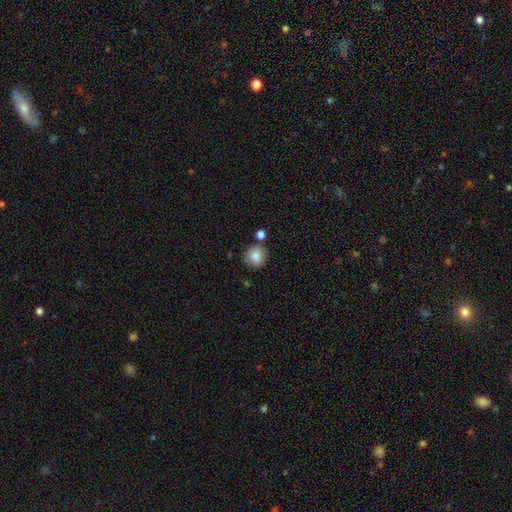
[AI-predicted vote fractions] A smooth galaxy with no disk features (85%) that is round (90%).

Vote fractions:
- Smooth or featured? smooth: 85% / star or artifact: 9% / featured or disk: 6%
- How rounded? round: 90% / in between: 9% / cigar-shaped: 1%
- Merging? none: 79% / minor disturbance: 10% / merger: 9% / major disturbance: 3%